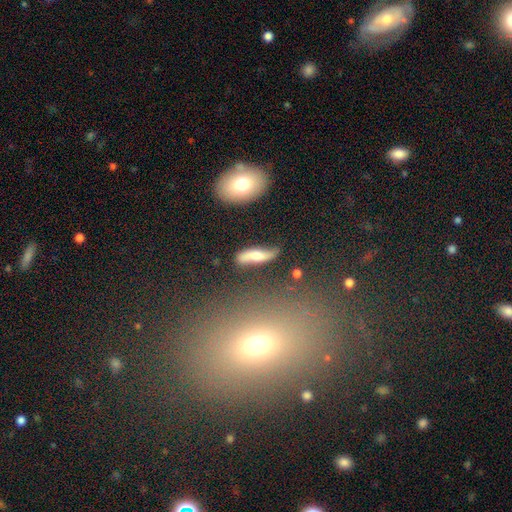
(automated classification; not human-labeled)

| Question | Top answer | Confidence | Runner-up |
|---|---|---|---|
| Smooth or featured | featured or disk | 50% | smooth (42%) |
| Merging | none | 62% | minor disturbance (24%) |